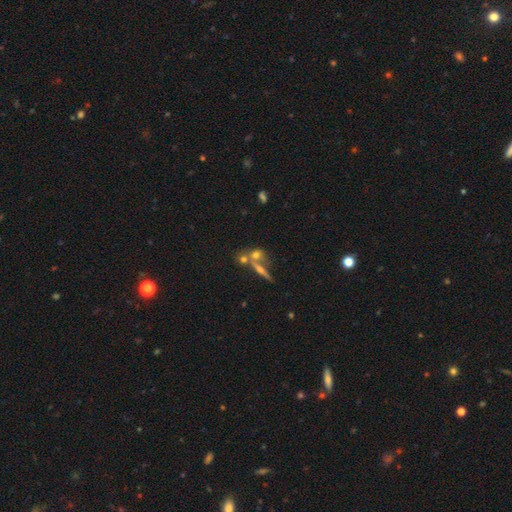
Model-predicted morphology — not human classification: Smooth or featured? Predicted: featured or disk (p=0.45). Merging? Predicted: none (p=0.44).